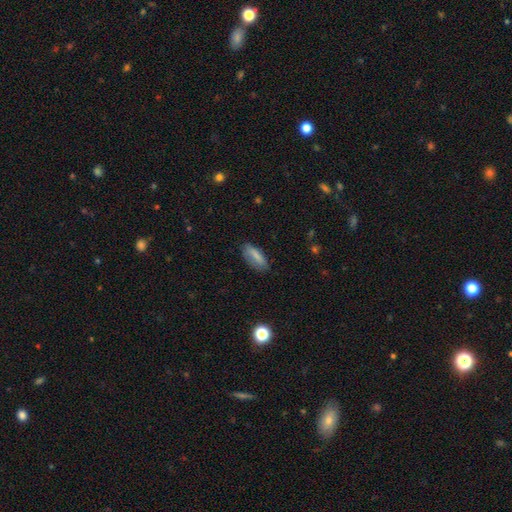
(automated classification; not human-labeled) Smooth or featured: smooth — 80% (featured or disk — 13%)
How rounded: in between — 68% (cigar-shaped — 29%)
Merging: none — 75% (minor disturbance — 19%)